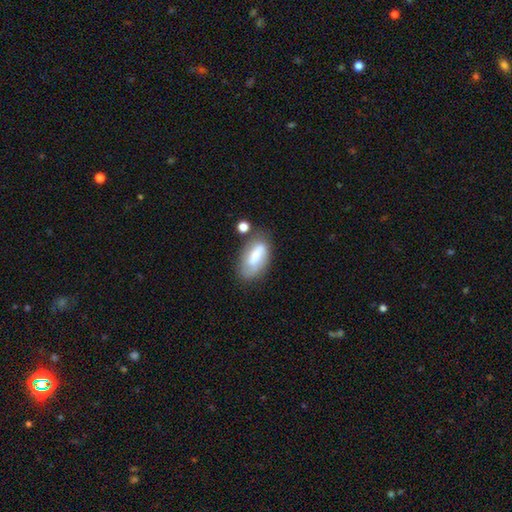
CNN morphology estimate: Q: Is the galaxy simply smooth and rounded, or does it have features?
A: smooth — 60%.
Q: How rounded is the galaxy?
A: in between — 85%.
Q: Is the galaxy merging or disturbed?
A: none — 51%.